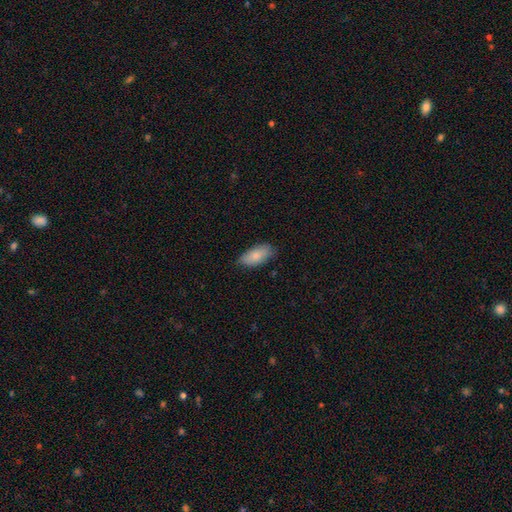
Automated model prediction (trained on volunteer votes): This is clearly a smooth galaxy (82%). How rounded: clearly in between (91%). Merging: likely none (78%).